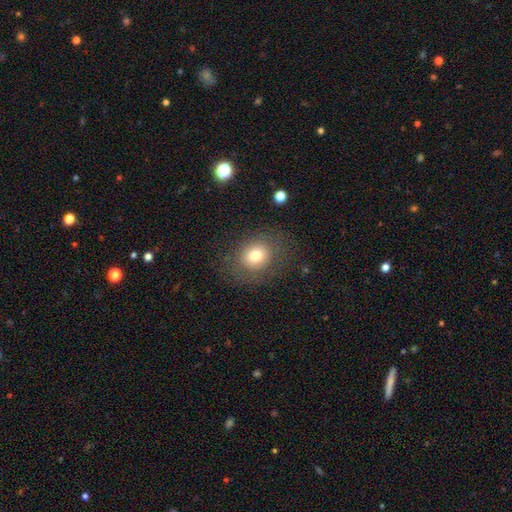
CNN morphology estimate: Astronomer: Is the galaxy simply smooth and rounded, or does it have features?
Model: smooth — 74%.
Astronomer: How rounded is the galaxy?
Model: round — 66%.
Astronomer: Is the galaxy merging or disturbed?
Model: none — 78%.